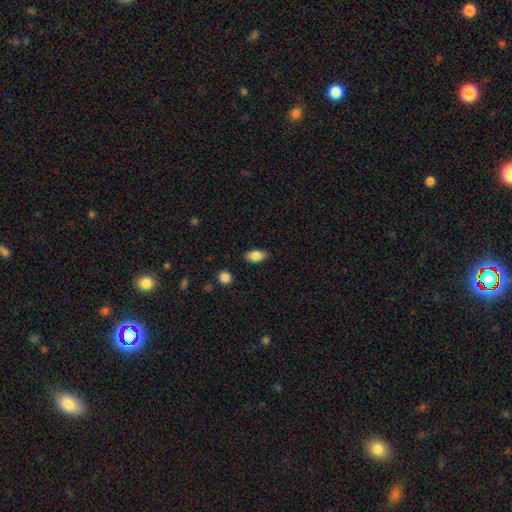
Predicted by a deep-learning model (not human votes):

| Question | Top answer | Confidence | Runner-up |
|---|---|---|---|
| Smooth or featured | smooth | 87% | star or artifact (7%) |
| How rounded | in between | 91% | round (5%) |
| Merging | none | 86% | minor disturbance (10%) |